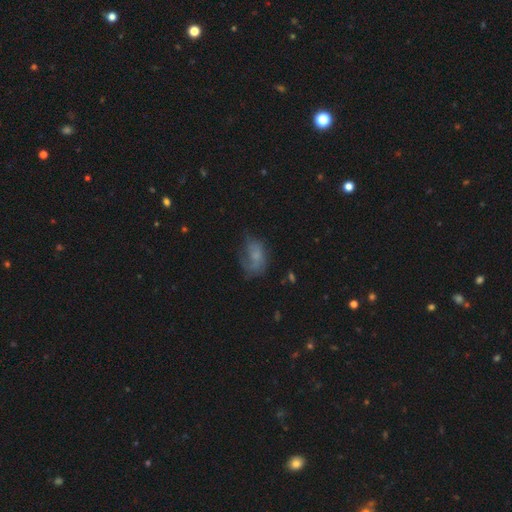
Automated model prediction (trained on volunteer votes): Smooth or featured?
  - smooth: 48% *
  - featured or disk: 39%
  - star or artifact: 13%
Merging?
  - none: 38% *
  - major disturbance: 33%
  - minor disturbance: 27%
  - merger: 3%